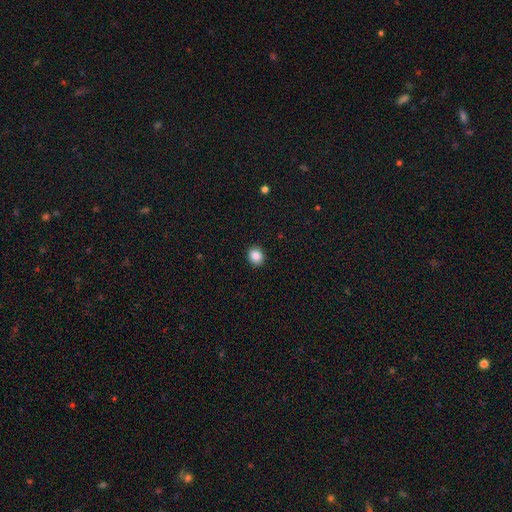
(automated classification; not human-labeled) This appears to be a smooth galaxy with no disk features (87%) that is round (67%). Merging: none (91%).